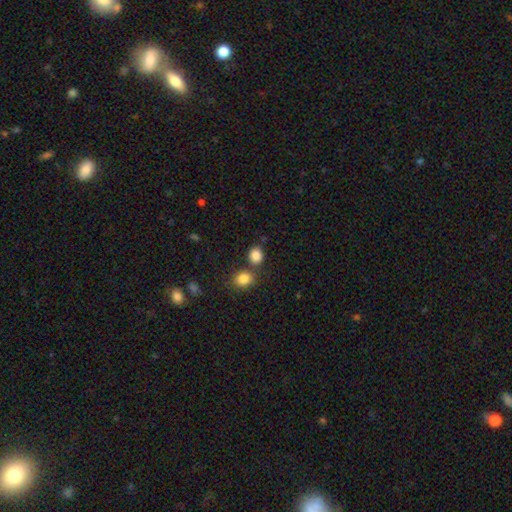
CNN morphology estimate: smooth_or_featured: smooth (p=0.85) [alt: star or artifact p=0.10]
how_rounded: round (p=0.68) [alt: in between p=0.31]
merging: none (p=0.67) [alt: merger p=0.21]